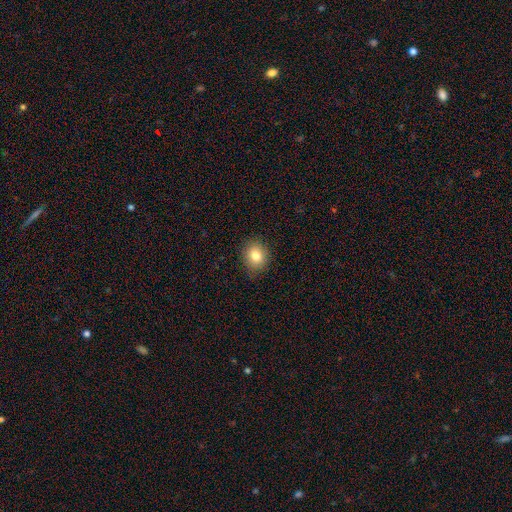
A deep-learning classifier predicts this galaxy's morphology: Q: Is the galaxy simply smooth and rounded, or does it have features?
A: smooth — 81%.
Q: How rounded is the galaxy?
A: round — 63%.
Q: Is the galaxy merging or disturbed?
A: none — 85%.